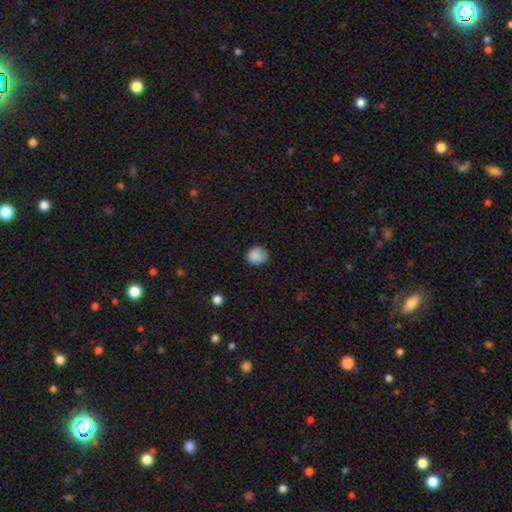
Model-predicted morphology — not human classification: The model was most divided on "how rounded": round: 83%, in between: 16%, cigar-shaped: 1%. More confident: smooth or featured — smooth (88%); merging — none (82%).